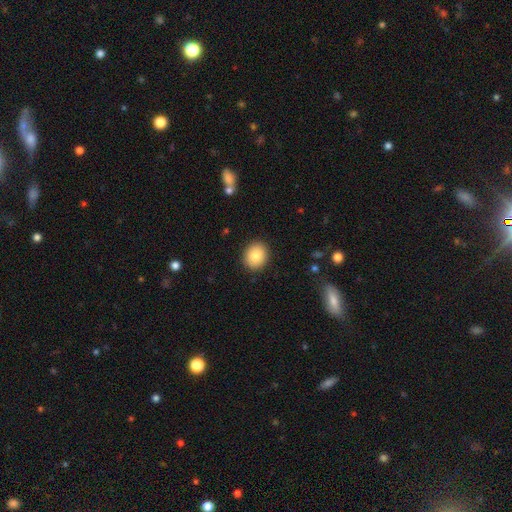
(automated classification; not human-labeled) A smooth galaxy with no disk features (83%) that is round (72%).

Vote fractions:
- Smooth or featured? smooth: 83% / star or artifact: 8% / featured or disk: 8%
- How rounded? round: 72% / in between: 27% / cigar-shaped: 1%
- Merging? none: 90% / minor disturbance: 7% / major disturbance: 2% / merger: 1%